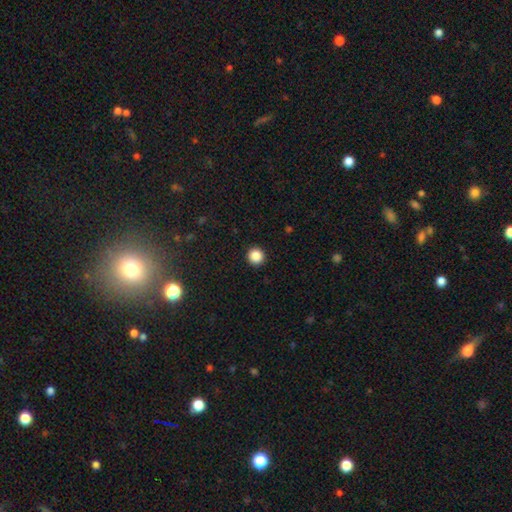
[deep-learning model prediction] Smooth or featured: smooth — 87% (star or artifact — 11%)
How rounded: round — 95% (in between — 4%)
Merging: none — 93% (minor disturbance — 4%)